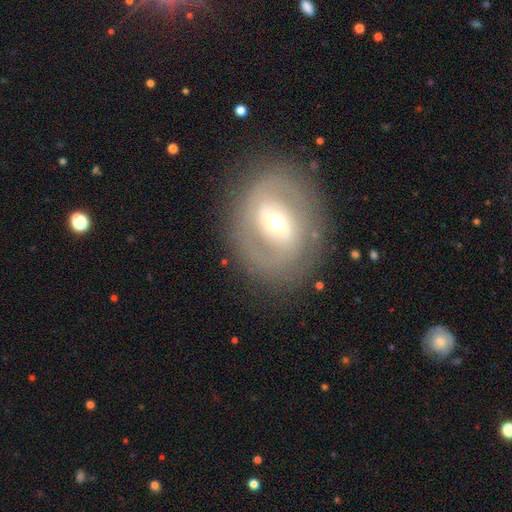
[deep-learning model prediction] This is likely a featured or disk galaxy (73%). It is clearly not viewed edge-on (96%). Bar: marginally weak (42%). Spiral arm pattern: likely yes (73%). Spiral arm count: likely 2 (73%). Spiral winding: possibly tight (47%). Central bulge: possibly moderate (47%, tied with small). Merging: clearly none (82%).